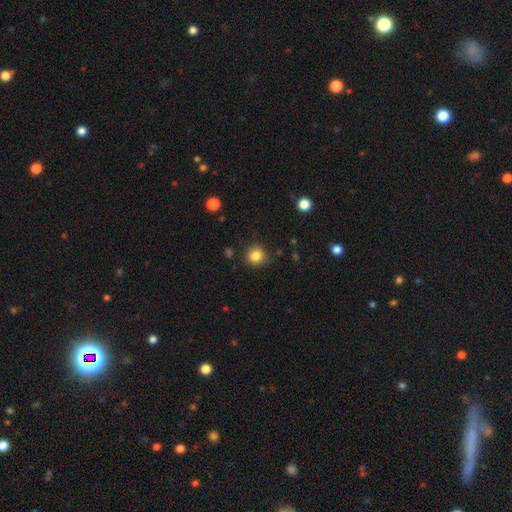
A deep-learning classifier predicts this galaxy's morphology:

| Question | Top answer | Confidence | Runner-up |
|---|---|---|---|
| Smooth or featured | smooth | 83% | star or artifact (11%) |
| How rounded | round | 92% | in between (8%) |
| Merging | none | 86% | minor disturbance (9%) |